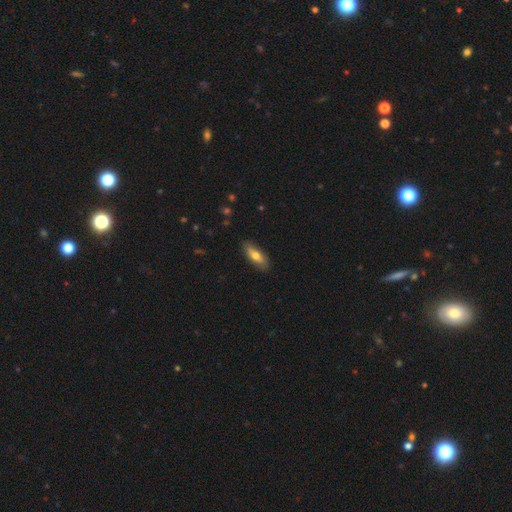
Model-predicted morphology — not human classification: Smooth or featured?
  - smooth: 67% *
  - featured or disk: 27%
  - star or artifact: 6%
How rounded?
  - in between: 60% *
  - cigar-shaped: 38%
  - round: 3%
Merging?
  - none: 86% *
  - minor disturbance: 11%
  - major disturbance: 2%
  - merger: 1%